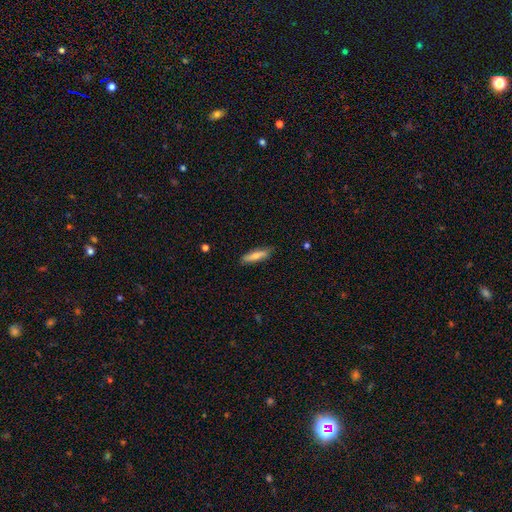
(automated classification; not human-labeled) This appears to be a smooth galaxy with no disk features (64%) that is cigar-shaped (70%). Merging: none (86%).